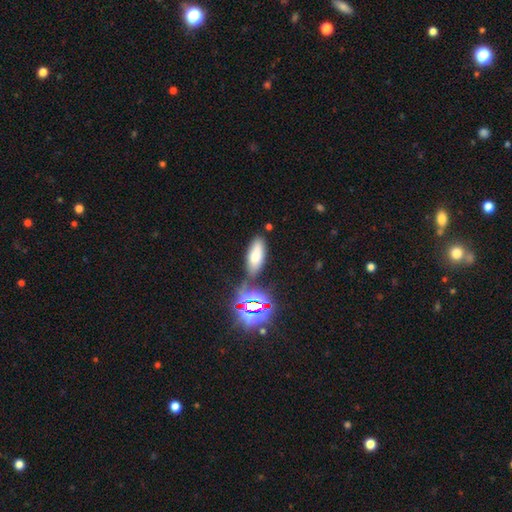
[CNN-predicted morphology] A smooth galaxy with no disk features (70%) that is in between round and cigar-shaped (75%).

Vote fractions:
- Smooth or featured? smooth: 70% / star or artifact: 18% / featured or disk: 12%
- How rounded? in between: 75% / cigar-shaped: 21% / round: 4%
- Merging? none: 70% / minor disturbance: 15% / merger: 11% / major disturbance: 5%